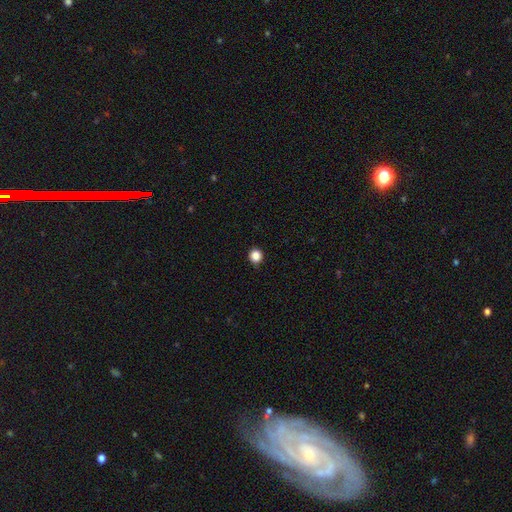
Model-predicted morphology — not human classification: The model was most divided on "smooth or featured": smooth: 86%, star or artifact: 12%, featured or disk: 3%. More confident: how rounded — round (92%); merging — none (91%).